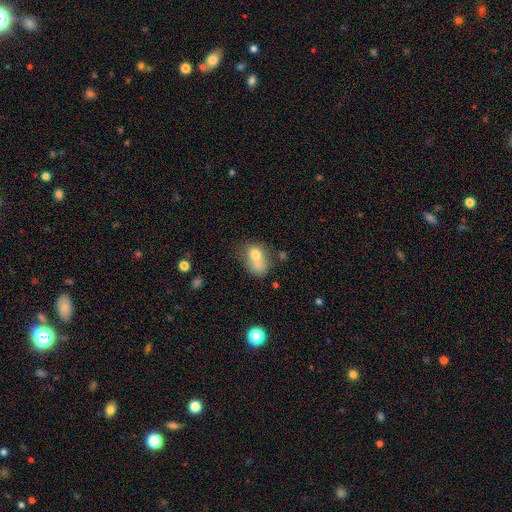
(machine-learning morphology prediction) smooth_or_featured: smooth (p=0.70) [alt: featured or disk p=0.19]
how_rounded: in between (p=0.63) [alt: round p=0.36]
merging: merger (p=0.49) [alt: none p=0.27]